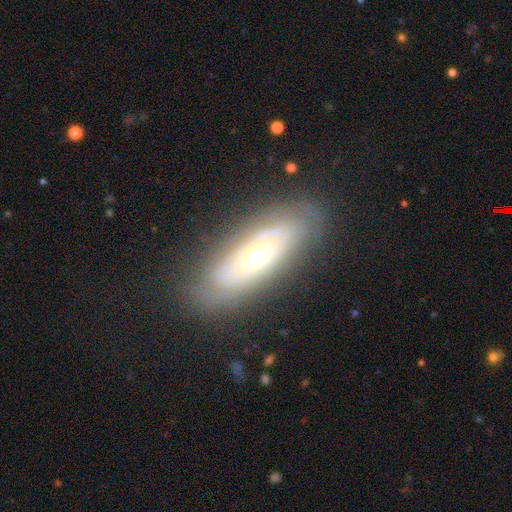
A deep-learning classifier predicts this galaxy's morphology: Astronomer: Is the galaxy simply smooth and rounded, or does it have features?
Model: featured or disk — 69%.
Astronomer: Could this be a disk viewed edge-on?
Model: no — 79%.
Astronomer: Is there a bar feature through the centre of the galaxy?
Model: no — 78%.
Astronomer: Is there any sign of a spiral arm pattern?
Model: yes — 60% (runner-up: no, 40%).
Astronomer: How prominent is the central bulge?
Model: moderate — 59%.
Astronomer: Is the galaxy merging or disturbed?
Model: none — 81%.